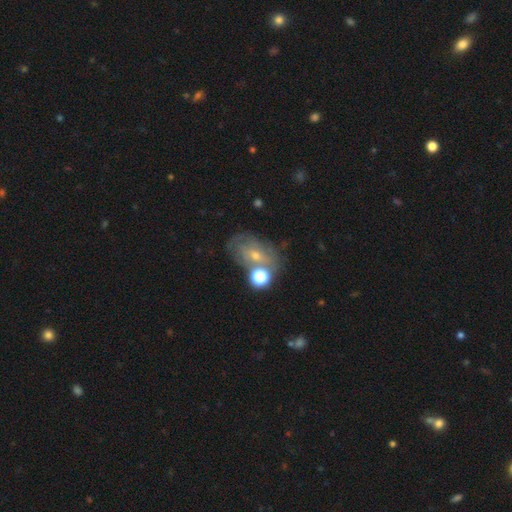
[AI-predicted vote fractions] Overall: featured or disk (50%; smooth 31%). Merging: none (53%; minor disturbance 18%).